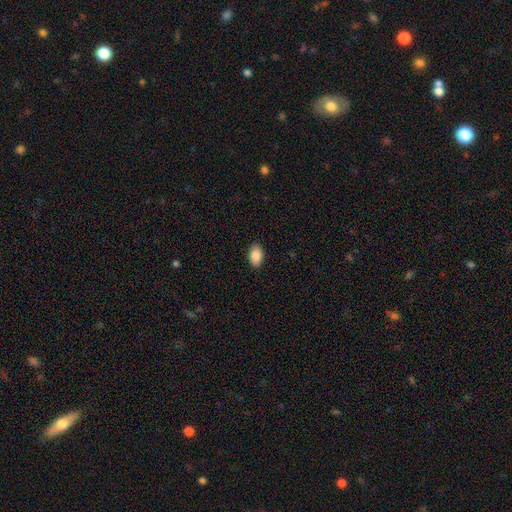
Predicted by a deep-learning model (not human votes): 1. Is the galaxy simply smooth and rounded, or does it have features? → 89% smooth, 7% star or artifact, 4% featured or disk.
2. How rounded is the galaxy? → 93% in between, 6% round, 2% cigar-shaped.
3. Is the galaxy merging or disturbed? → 89% none, 8% minor disturbance, 2% major disturbance, 1% merger.